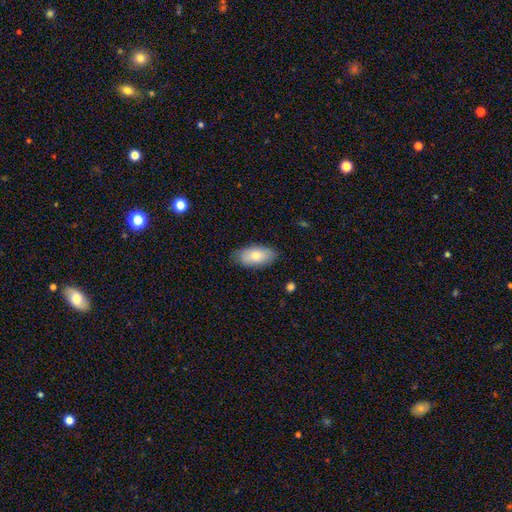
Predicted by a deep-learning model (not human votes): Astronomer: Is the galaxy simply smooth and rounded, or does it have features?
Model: smooth — 79%.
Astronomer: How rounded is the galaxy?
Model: in between — 93%.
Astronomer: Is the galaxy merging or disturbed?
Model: none — 81%.